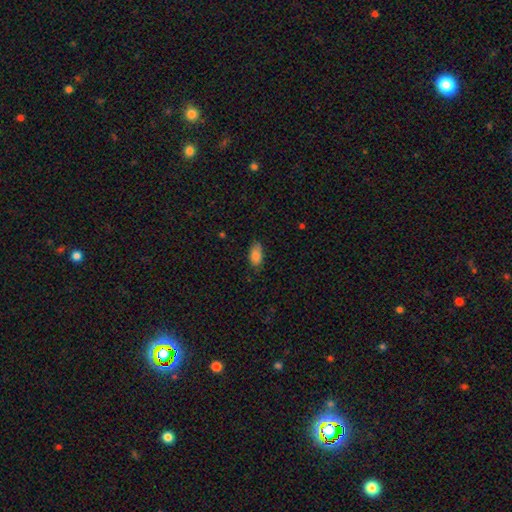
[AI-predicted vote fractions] This is clearly a smooth galaxy (84%). How rounded: clearly in between (91%). Merging: likely none (74%).